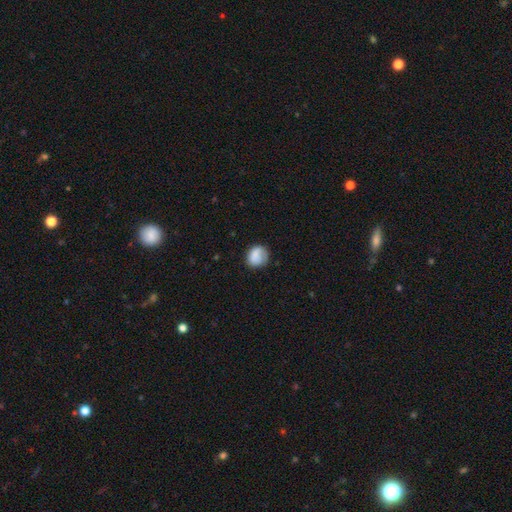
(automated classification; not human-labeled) smooth_or_featured: smooth (p=0.80) [alt: featured or disk p=0.12]
how_rounded: round (p=0.76) [alt: in between p=0.23]
merging: none (p=0.66) [alt: minor disturbance p=0.23]